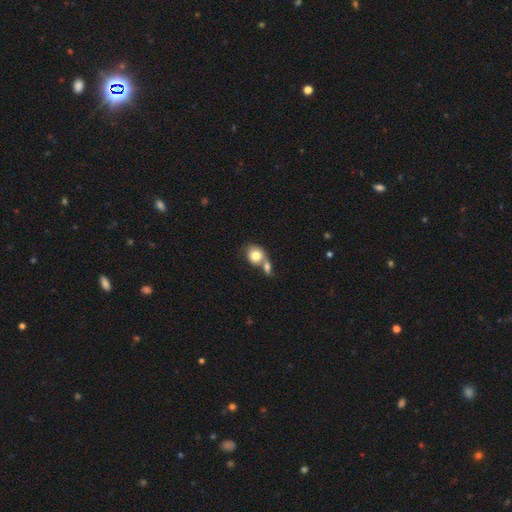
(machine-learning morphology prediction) A smooth galaxy with no disk features (80%) that is round (62%). Merging: merger (55%).